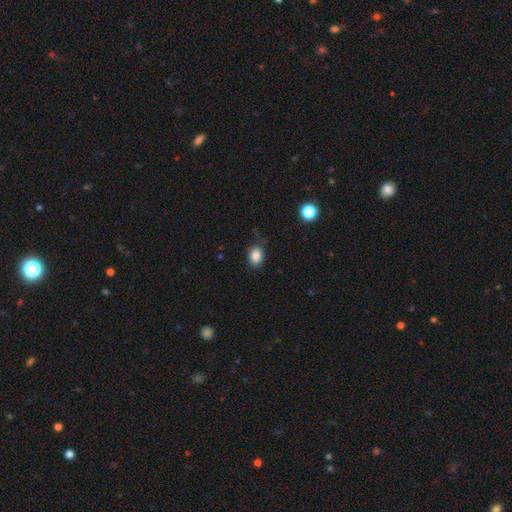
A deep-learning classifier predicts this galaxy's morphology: smooth-or-featured: smooth: 86% | star or artifact: 10% | featured or disk: 4%
  how-rounded: in between: 72% | round: 27% | cigar-shaped: 1%
  merging: none: 78% | minor disturbance: 16% | major disturbance: 4% | merger: 2%